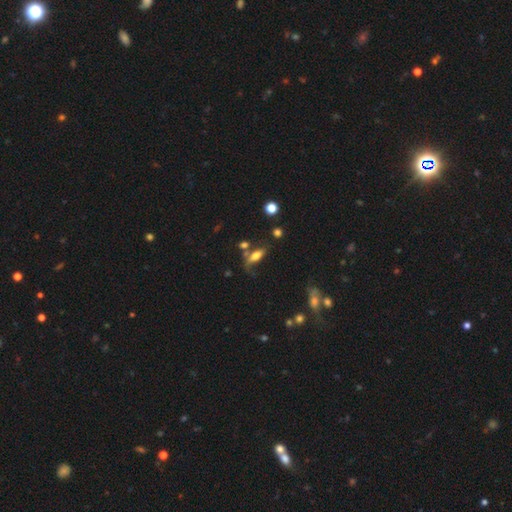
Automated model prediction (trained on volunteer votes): Overall: smooth (63%; featured or disk 27%). How rounded: in between (73%). Merging: none (45%; minor disturbance 22%).